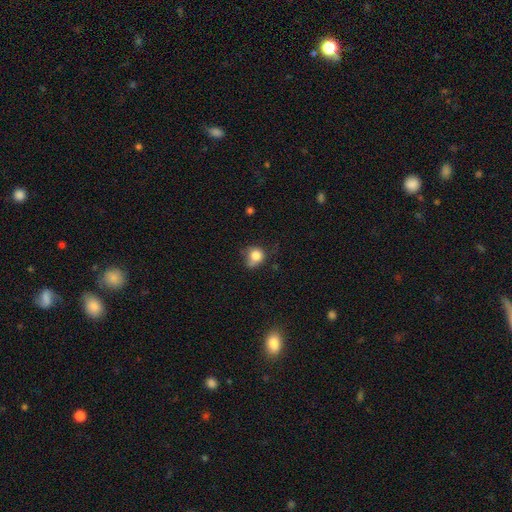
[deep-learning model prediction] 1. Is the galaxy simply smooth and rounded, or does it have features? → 80% smooth, 10% star or artifact, 10% featured or disk.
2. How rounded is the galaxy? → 73% round, 26% in between, 1% cigar-shaped.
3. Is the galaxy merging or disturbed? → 44% none, 37% minor disturbance, 15% major disturbance, 5% merger.